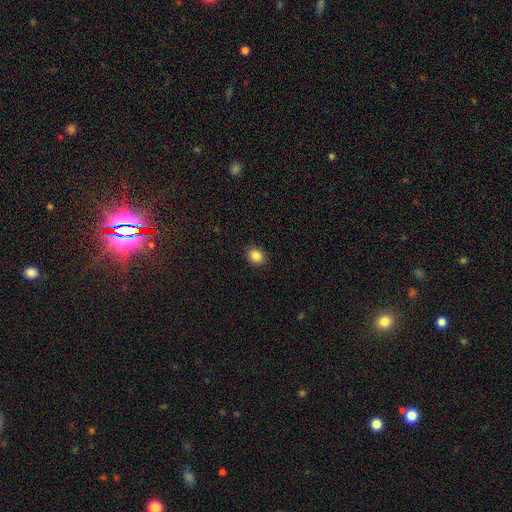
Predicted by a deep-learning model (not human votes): Smooth or featured: smooth — 86% (star or artifact — 10%)
How rounded: round — 56% (in between — 43%)
Merging: none — 90% (minor disturbance — 7%)